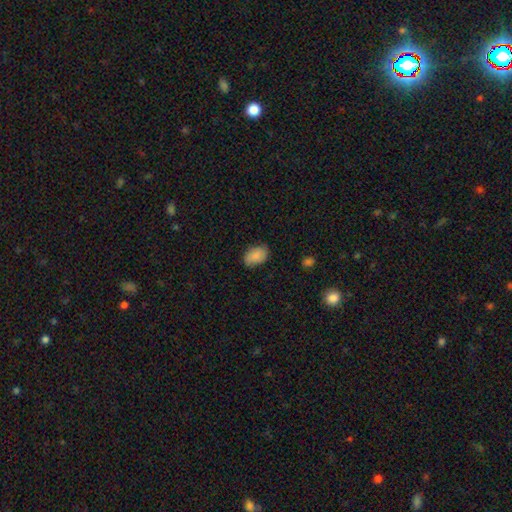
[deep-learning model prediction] Q: Smooth or featured?
A: smooth (87%); runner-up: star or artifact (7%)
Q: How rounded?
A: in between (88%); runner-up: round (11%)
Q: Merging?
A: none (81%); runner-up: minor disturbance (15%)